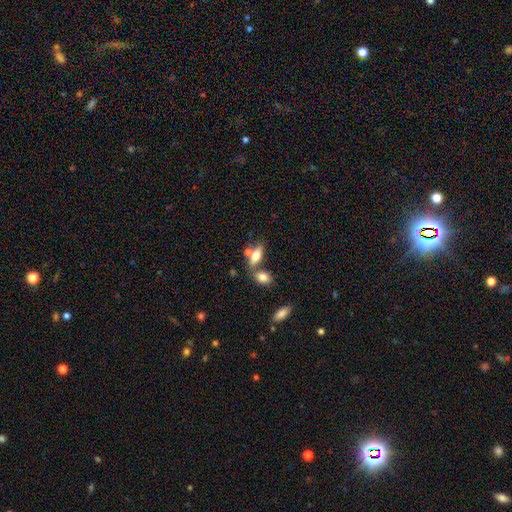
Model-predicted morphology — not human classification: smooth-or-featured: smooth: 70% | featured or disk: 22% | star or artifact: 8%
  how-rounded: in between: 71% | cigar-shaped: 24% | round: 5%
  merging: none: 47% | merger: 36% | minor disturbance: 12% | major disturbance: 5%